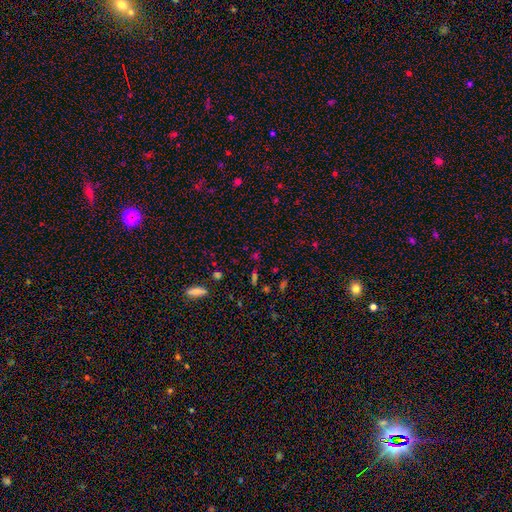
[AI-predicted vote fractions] Smooth or featured: star or artifact — 48% (smooth — 42%)